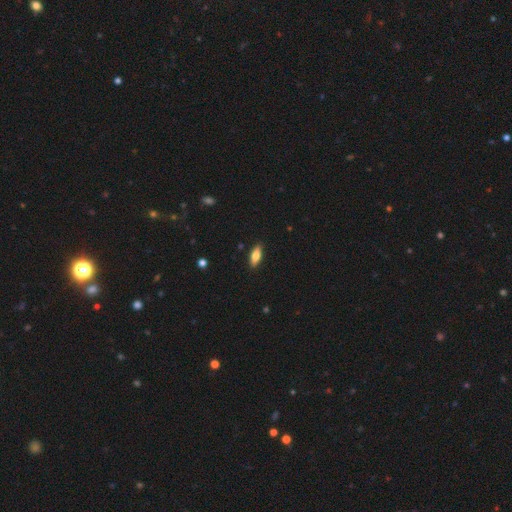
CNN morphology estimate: smooth-or-featured: smooth: 75% | featured or disk: 18% | star or artifact: 7%
  how-rounded: in between: 73% | cigar-shaped: 25% | round: 2%
  merging: none: 89% | minor disturbance: 9% | major disturbance: 2% | merger: 1%